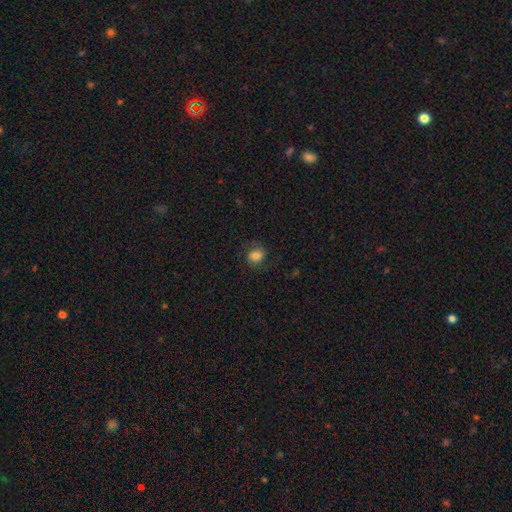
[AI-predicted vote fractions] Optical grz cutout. It shows a smooth galaxy with no disk features (75%) that is round (54%). Merging: none (69%).